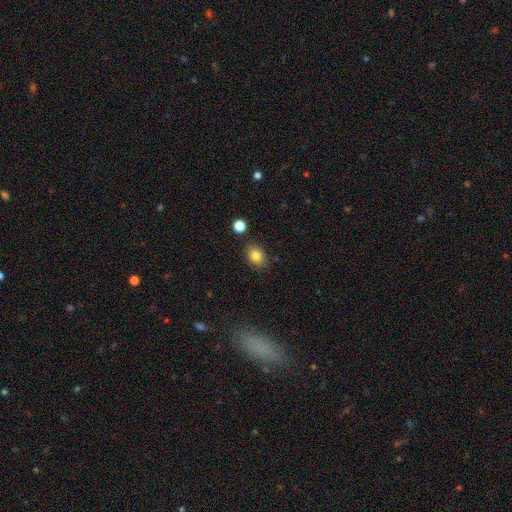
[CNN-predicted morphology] Smooth or featured? Predicted: smooth (p=0.83). How rounded? Predicted: in between (p=0.62). Merging? Predicted: none (p=0.83).